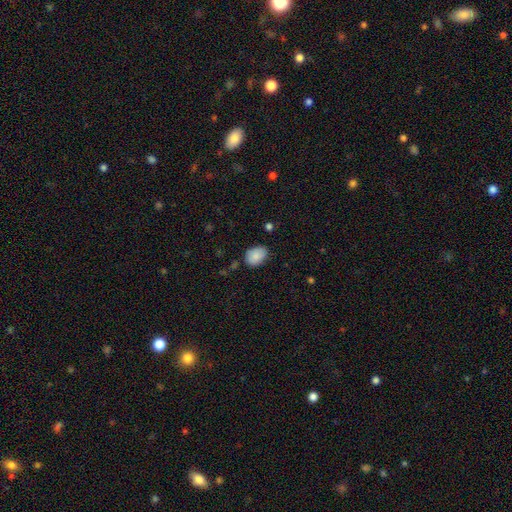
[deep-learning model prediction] smooth-or-featured: smooth: 87% | star or artifact: 7% | featured or disk: 6%
  how-rounded: in between: 80% | round: 19% | cigar-shaped: 1%
  merging: none: 77% | minor disturbance: 18% | major disturbance: 3% | merger: 2%